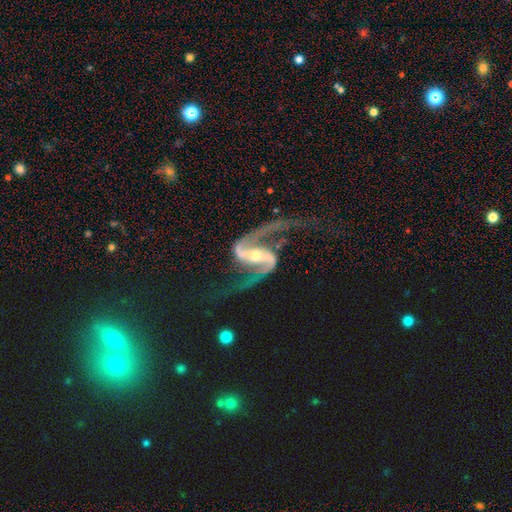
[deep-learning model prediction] smooth_or_featured: featured or disk (p=0.94) [alt: star or artifact p=0.04]
disk_edge_on: no (p=0.97) [alt: yes p=0.03]
bar: strong (p=0.53) [alt: weak p=0.30]
has_spiral_arms: yes (p=0.98) [alt: no p=0.02]
spiral_winding: loose (p=0.68) [alt: medium p=0.26]
spiral_arm_count: 2 (p=0.95) [alt: 1 p=0.01]
bulge_size: moderate (p=0.56) [alt: small p=0.38]
merging: none (p=0.65) [alt: major disturbance p=0.18]